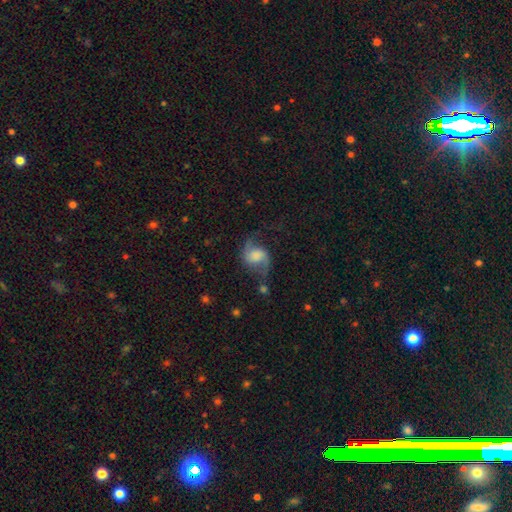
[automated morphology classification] This appears to be a featured or disk galaxy (74%) with no bar (56%), 2 (92%) loose (68%) spiral arms (94%) and a large central bulge (33%). Merging: none (60%).